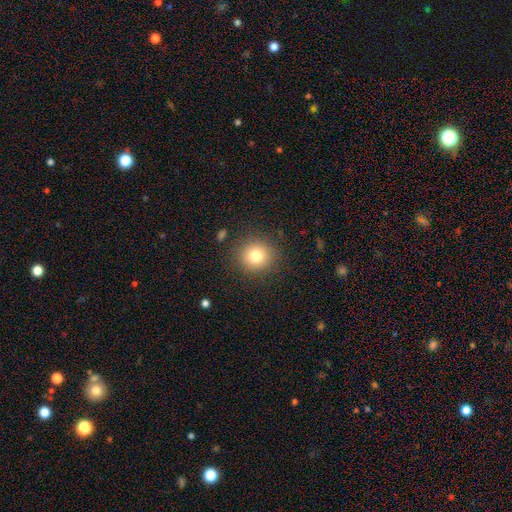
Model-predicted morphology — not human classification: smooth-or-featured: smooth: 79% | star or artifact: 12% | featured or disk: 9%
  how-rounded: round: 91% | in between: 8% | cigar-shaped: 1%
  merging: none: 88% | minor disturbance: 8% | major disturbance: 3% | merger: 1%